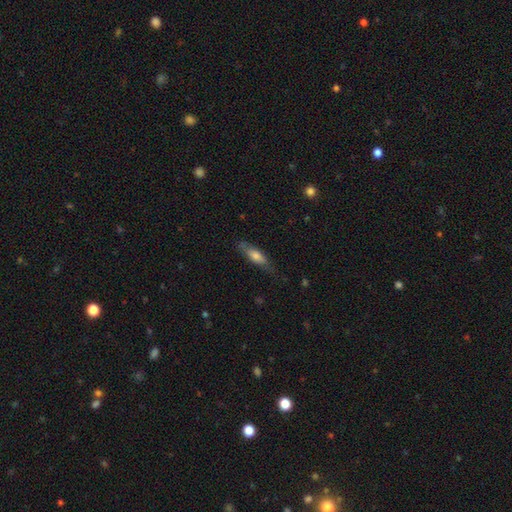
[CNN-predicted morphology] smooth_or_featured: smooth (p=0.62) [alt: featured or disk p=0.32]
how_rounded: cigar-shaped (p=0.53) [alt: in between p=0.45]
merging: none (p=0.71) [alt: minor disturbance p=0.22]